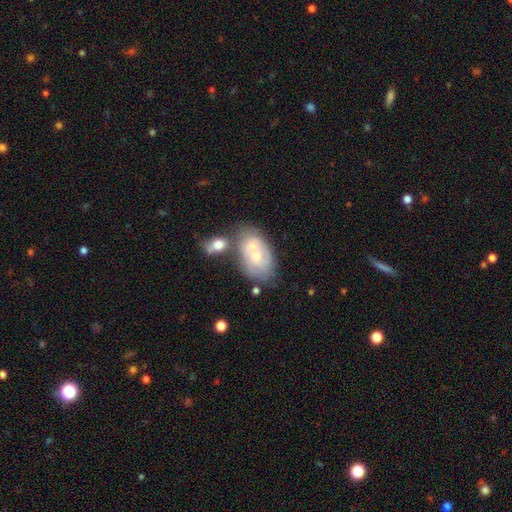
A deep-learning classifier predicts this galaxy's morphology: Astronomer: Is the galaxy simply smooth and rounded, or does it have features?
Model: featured or disk — 50% (runner-up: smooth, 43%).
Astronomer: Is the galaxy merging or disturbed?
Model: merger — 49% (runner-up: none, 30%).